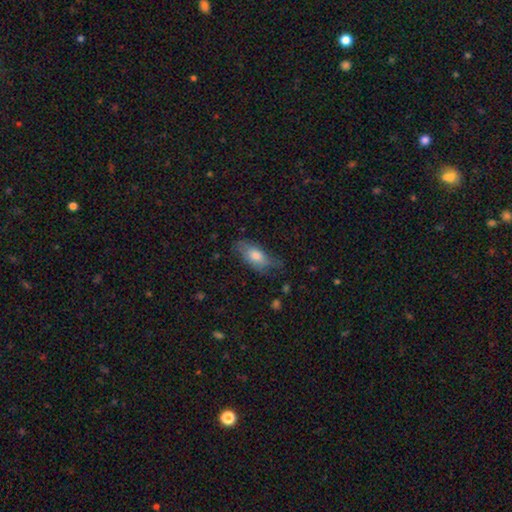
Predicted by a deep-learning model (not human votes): A smooth galaxy with no disk features (71%) that is in between round and cigar-shaped (81%).

Vote fractions:
- Smooth or featured? smooth: 71% / featured or disk: 22% / star or artifact: 7%
- How rounded? in between: 81% / cigar-shaped: 15% / round: 3%
- Merging? none: 63% / minor disturbance: 27% / major disturbance: 8% / merger: 2%